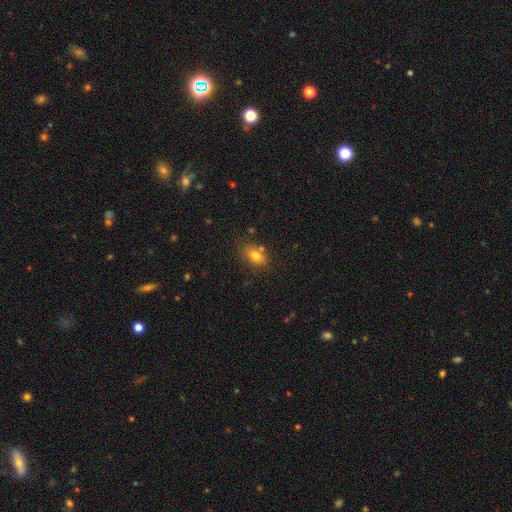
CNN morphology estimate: smooth-or-featured: smooth: 78% | star or artifact: 11% | featured or disk: 11%
  how-rounded: in between: 80% | round: 18% | cigar-shaped: 2%
  merging: none: 70% | minor disturbance: 16% | merger: 10% | major disturbance: 4%